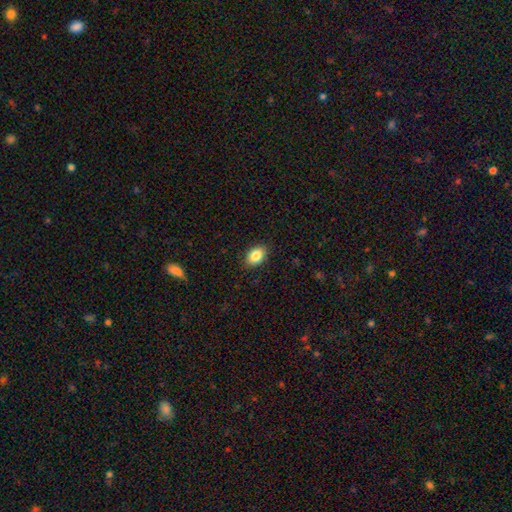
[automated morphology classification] Smooth or featured: smooth — 85% (star or artifact — 8%)
How rounded: in between — 80% (round — 19%)
Merging: none — 87% (minor disturbance — 9%)